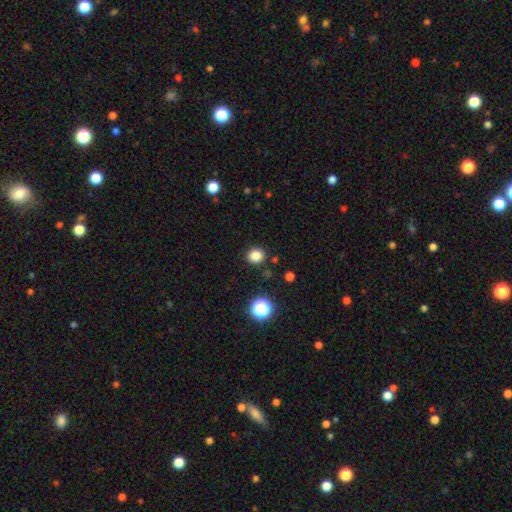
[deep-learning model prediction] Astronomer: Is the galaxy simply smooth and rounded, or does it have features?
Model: smooth — 83%.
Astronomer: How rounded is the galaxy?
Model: round — 74%.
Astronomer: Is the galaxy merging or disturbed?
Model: none — 89%.